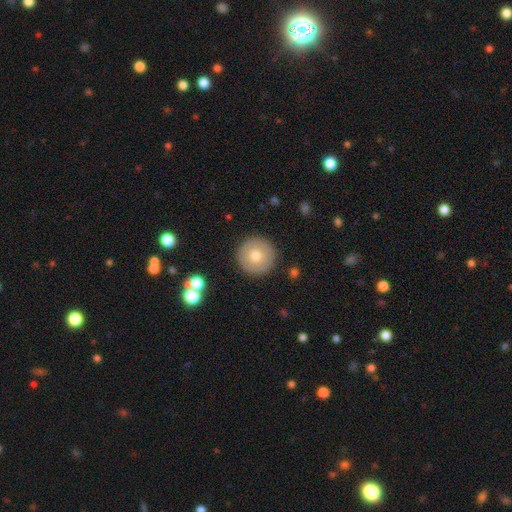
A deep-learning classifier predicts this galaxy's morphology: smooth-or-featured: smooth: 71% | featured or disk: 22% | star or artifact: 8%
  how-rounded: round: 97% | in between: 2% | cigar-shaped: 1%
  merging: none: 91% | minor disturbance: 5% | major disturbance: 2% | merger: 1%